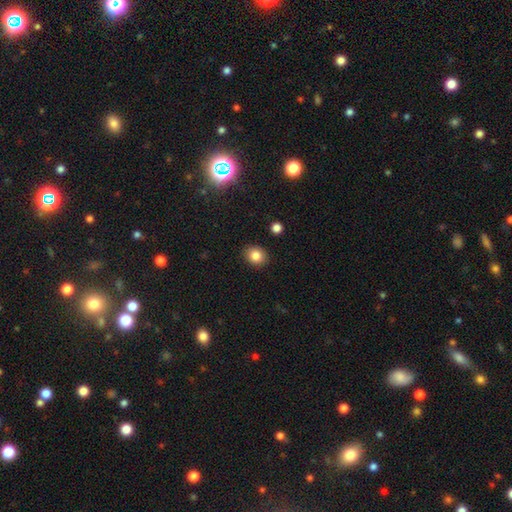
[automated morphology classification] smooth_or_featured: smooth (p=0.84) [alt: star or artifact p=0.10]
how_rounded: round (p=0.65) [alt: in between p=0.34]
merging: none (p=0.89) [alt: minor disturbance p=0.07]